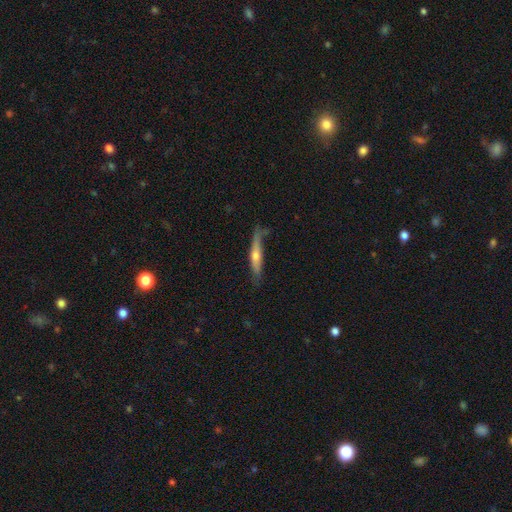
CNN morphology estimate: The model was most divided on "smooth or featured": featured or disk: 55%, smooth: 39%, star or artifact: 6%. More confident: edge-on disk — yes (89%); merging — none (69%).